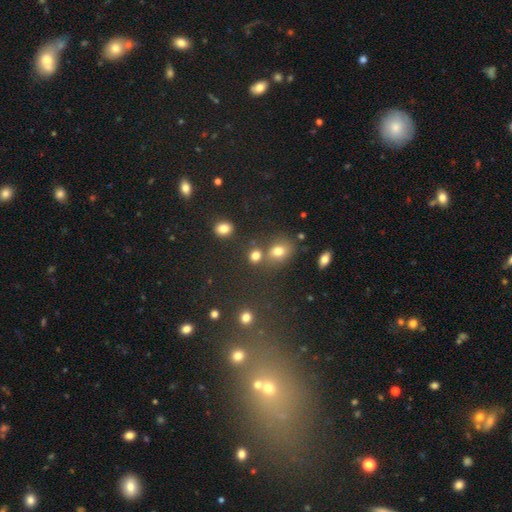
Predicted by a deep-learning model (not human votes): Smooth or featured? Predicted: smooth (p=0.77). How rounded? Predicted: round (p=0.68). Merging? Predicted: none (p=0.63).